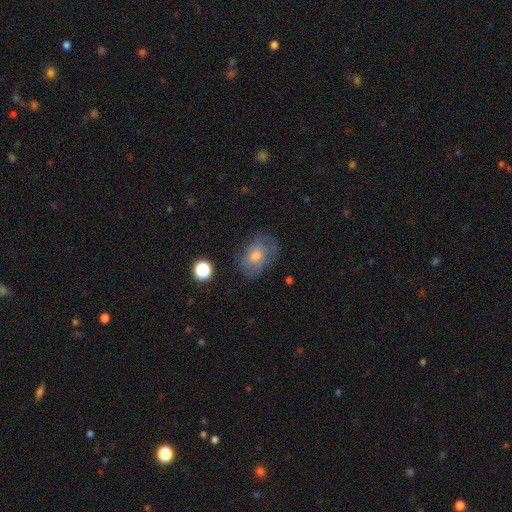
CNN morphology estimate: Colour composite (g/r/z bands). It shows a smooth galaxy with no disk features (55%) that is in between round and cigar-shaped (71%). Merging: none (65%).